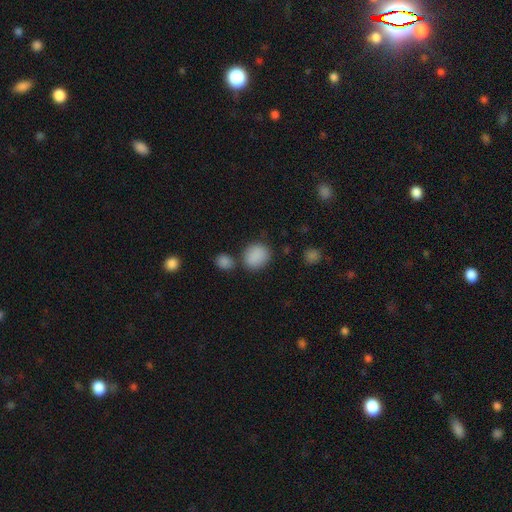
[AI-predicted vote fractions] This appears to be a smooth galaxy with no disk features (87%) that is round (63%). Merging: none (72%).